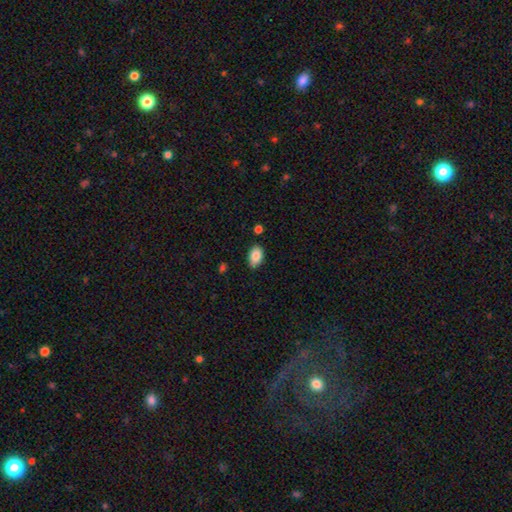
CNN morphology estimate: smooth 86%, star or artifact 7%, featured or disk 7%. Down the decision tree: how rounded — in between (91%); merging — none (82%).